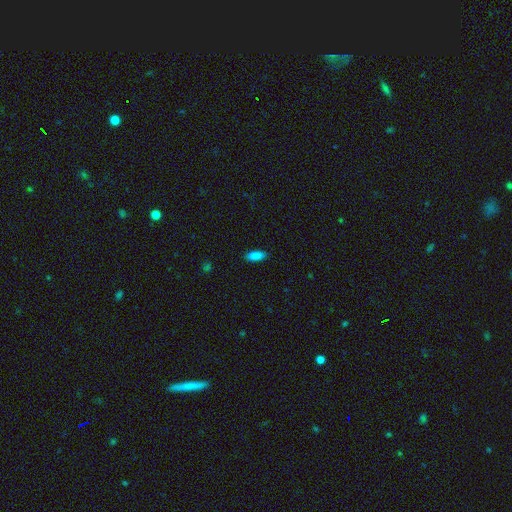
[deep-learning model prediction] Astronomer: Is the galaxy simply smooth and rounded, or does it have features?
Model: smooth — 88%.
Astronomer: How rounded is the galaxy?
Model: in between — 74%.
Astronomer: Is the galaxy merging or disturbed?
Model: none — 88%.